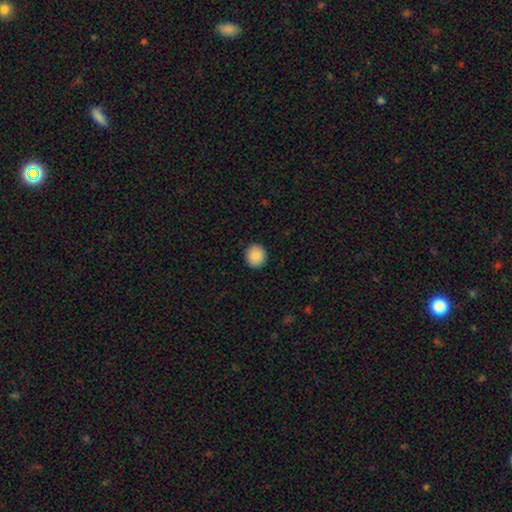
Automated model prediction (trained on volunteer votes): A smooth galaxy with no disk features (89%) that is round (90%).

Vote fractions:
- Smooth or featured? smooth: 89% / star or artifact: 8% / featured or disk: 4%
- How rounded? round: 90% / in between: 9% / cigar-shaped: 1%
- Merging? none: 92% / minor disturbance: 5% / major disturbance: 2% / merger: 1%